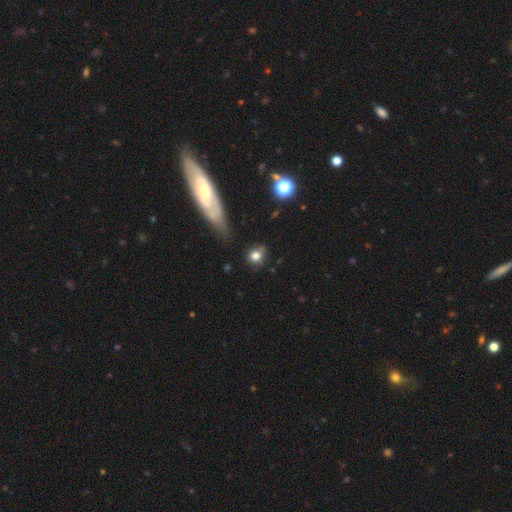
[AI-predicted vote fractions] smooth_or_featured: smooth (p=0.78) [alt: star or artifact p=0.11]
how_rounded: round (p=0.72) [alt: in between p=0.26]
merging: none (p=0.69) [alt: minor disturbance p=0.20]